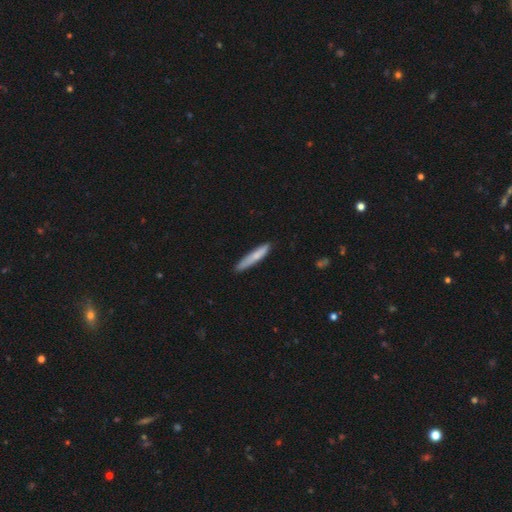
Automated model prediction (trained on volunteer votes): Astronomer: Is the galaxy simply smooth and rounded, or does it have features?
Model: smooth — 74%.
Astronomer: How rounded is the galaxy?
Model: cigar-shaped — 92%.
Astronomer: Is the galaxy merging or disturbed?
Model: none — 83%.